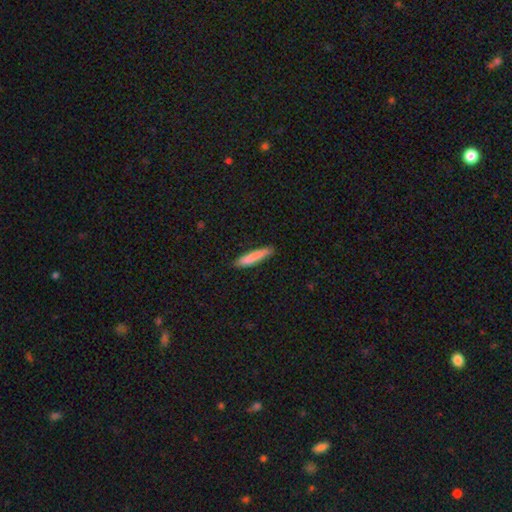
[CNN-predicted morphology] smooth 81%, featured or disk 12%, star or artifact 6%. Down the decision tree: how rounded — cigar-shaped (90%); merging — none (85%).